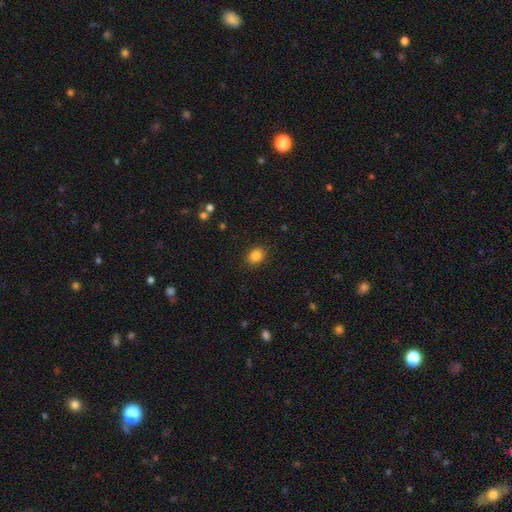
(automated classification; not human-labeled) smooth_or_featured: smooth (p=0.86) [alt: star or artifact p=0.10]
how_rounded: in between (p=0.55) [alt: round p=0.45]
merging: none (p=0.88) [alt: minor disturbance p=0.08]